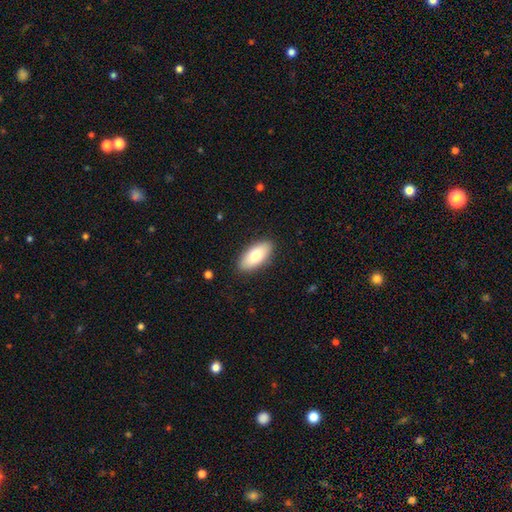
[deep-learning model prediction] Morphology: type=smooth (77%); roundness=in between (90%); merging=none (88%).